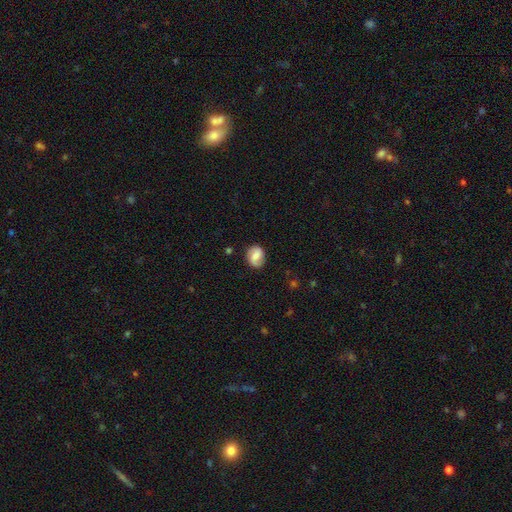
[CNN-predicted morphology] featured or disk 47%, smooth 45%, star or artifact 8%. Down the decision tree: merging — none (77%).